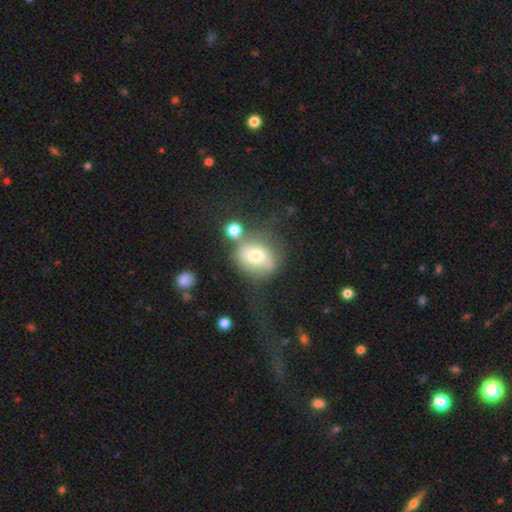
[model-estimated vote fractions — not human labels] smooth 63%, featured or disk 27%, star or artifact 10%. Down the decision tree: how rounded — round (57%); merging — none (43%).